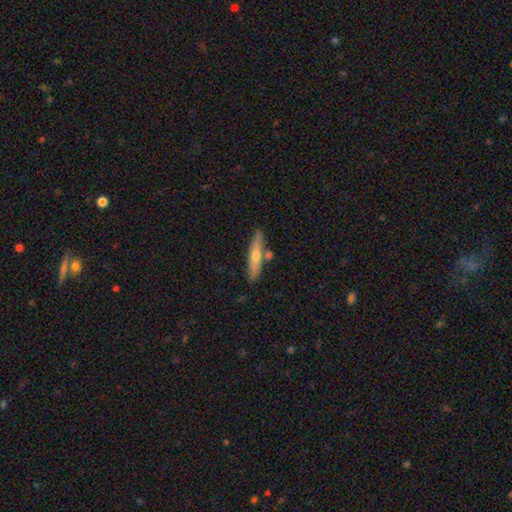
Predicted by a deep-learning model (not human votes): Smooth or featured? smooth (52%)
How rounded? cigar-shaped (86%)
Merging? none (76%)